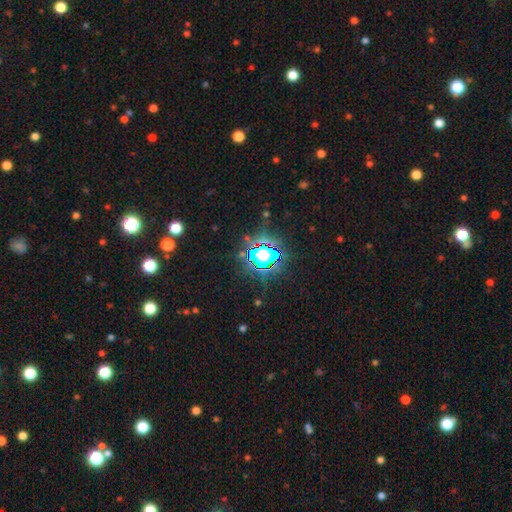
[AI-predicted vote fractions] Q: Smooth or featured?
A: star or artifact (79%); runner-up: smooth (14%)